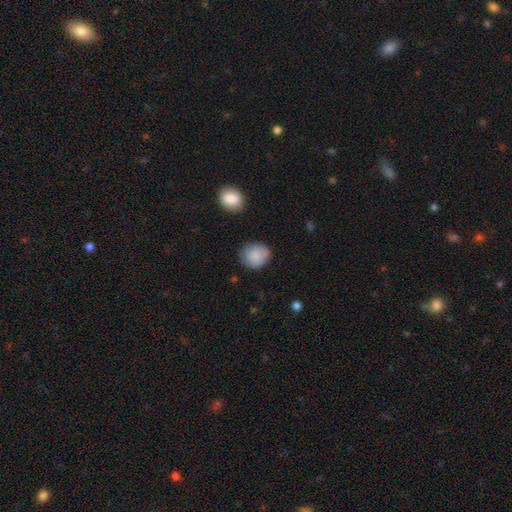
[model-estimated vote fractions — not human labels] Overall: smooth (86%). How rounded: round (80%). Merging: none (77%).